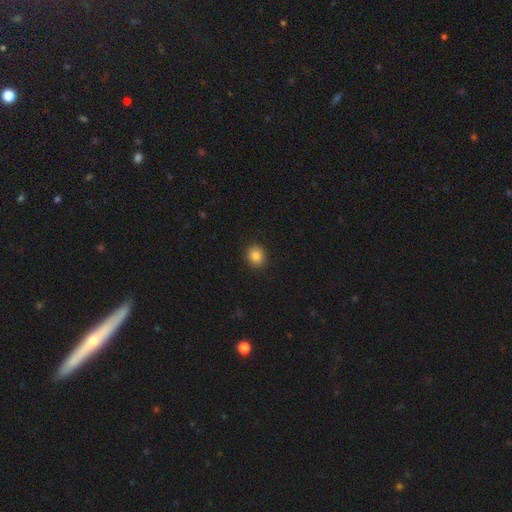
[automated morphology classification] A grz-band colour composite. It shows a smooth galaxy with no disk features (84%) that is round (72%). Merging: none (91%).